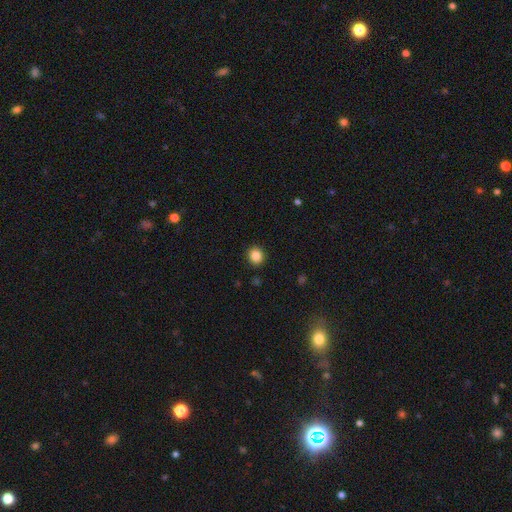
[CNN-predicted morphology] A smooth galaxy with no disk features (85%) that is round (88%). Merging: none (92%).